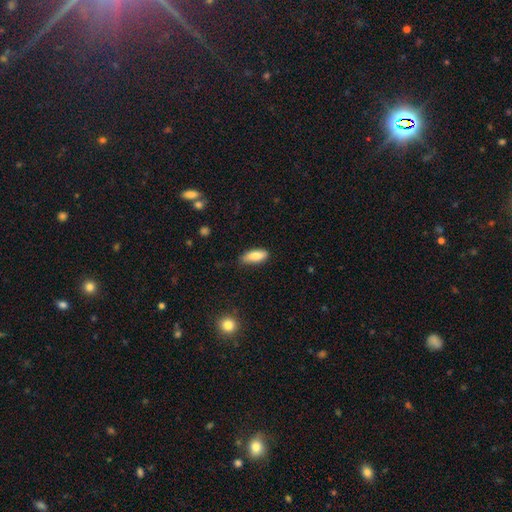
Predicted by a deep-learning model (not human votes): A smooth galaxy with no disk features (84%) that is in between round and cigar-shaped (78%). Merging: none (71%).